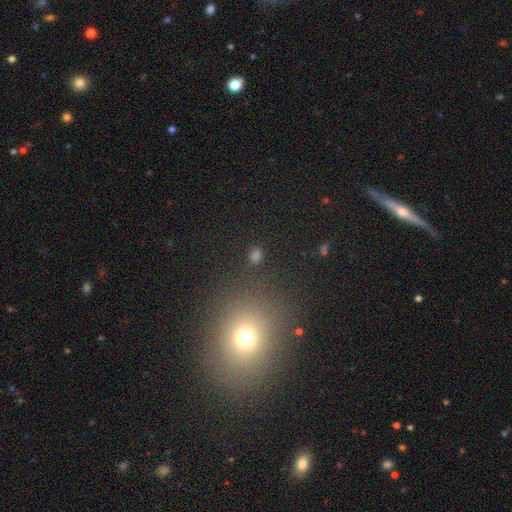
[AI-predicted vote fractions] This is possibly a smooth galaxy (57%). How rounded: likely round (64%). Merging: clearly none (84%).